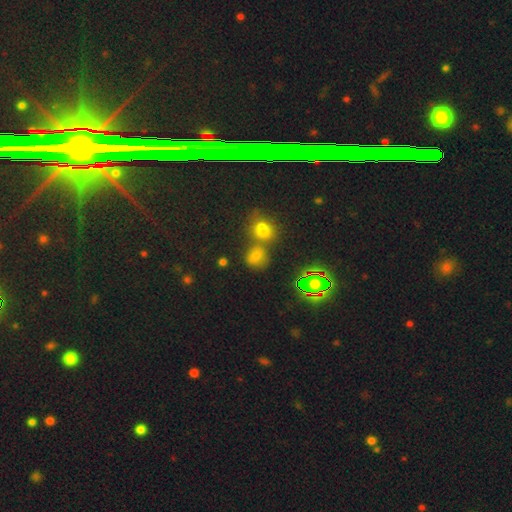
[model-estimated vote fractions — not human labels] This appears to be a smooth galaxy with no disk features (59%) that is round (66%). Merging: none (50%).